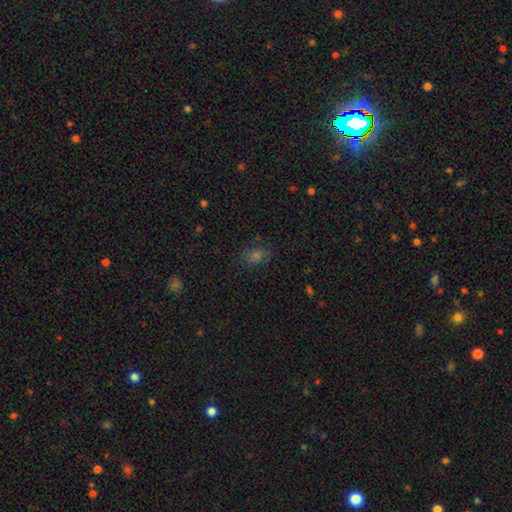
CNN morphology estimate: Smooth or featured? smooth (64%)
How rounded? in between (68%)
Merging? none (81%)